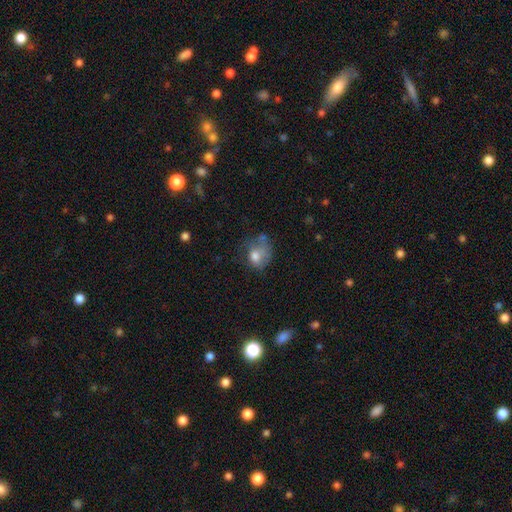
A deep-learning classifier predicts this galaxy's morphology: Smooth or featured? smooth (68%)
How rounded? round (53%)
Merging? none (33%)